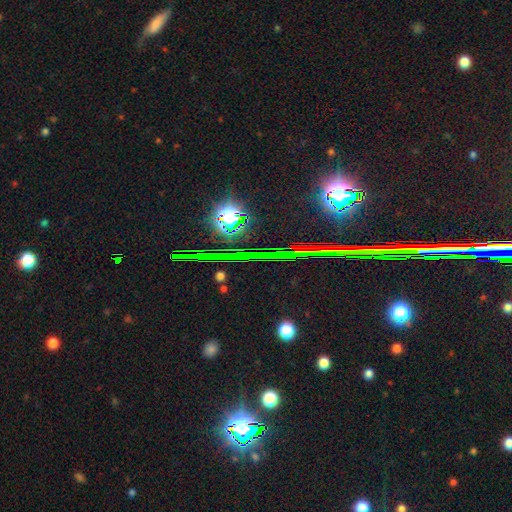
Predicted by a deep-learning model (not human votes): Morphology: type=star or artifact (76%).